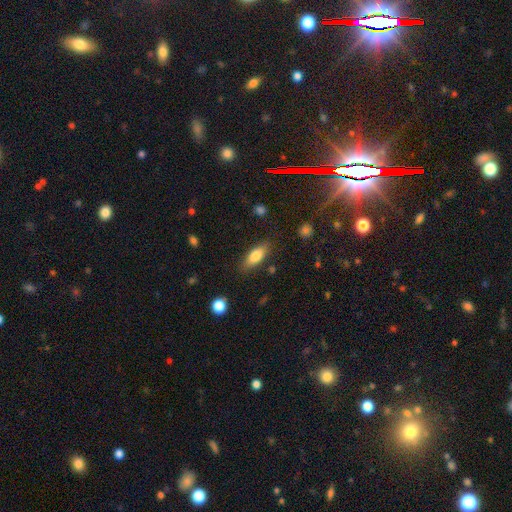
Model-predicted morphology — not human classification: Smooth or featured? smooth (78%)
How rounded? in between (71%)
Merging? none (83%)